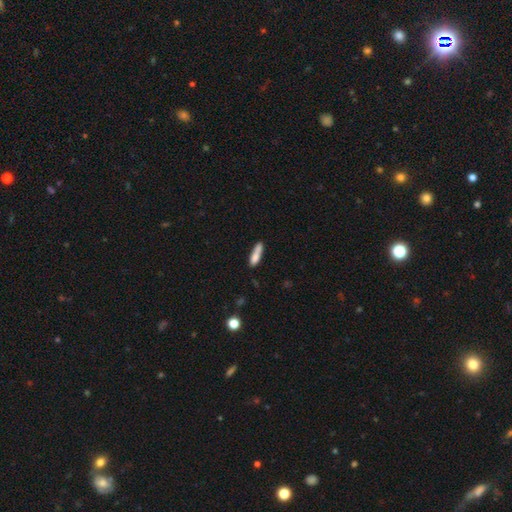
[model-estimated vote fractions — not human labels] Q: Smooth or featured?
A: smooth (77%); runner-up: featured or disk (15%)
Q: How rounded?
A: cigar-shaped (73%); runner-up: in between (25%)
Q: Merging?
A: none (57%); runner-up: minor disturbance (23%)